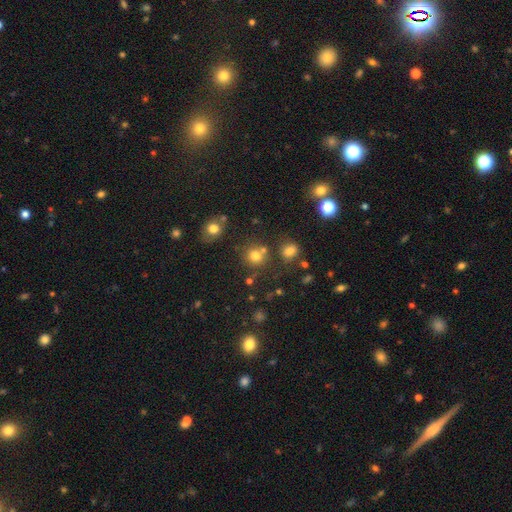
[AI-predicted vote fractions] Morphology: type=smooth (75%); roundness=round (87%); merging=none (68%).